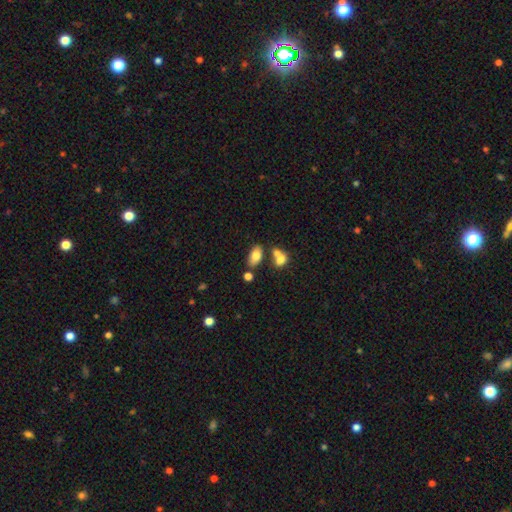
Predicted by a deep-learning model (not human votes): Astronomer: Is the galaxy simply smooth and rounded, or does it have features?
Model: smooth — 79%.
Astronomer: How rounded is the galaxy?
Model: in between — 91%.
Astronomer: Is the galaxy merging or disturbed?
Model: none — 61%.